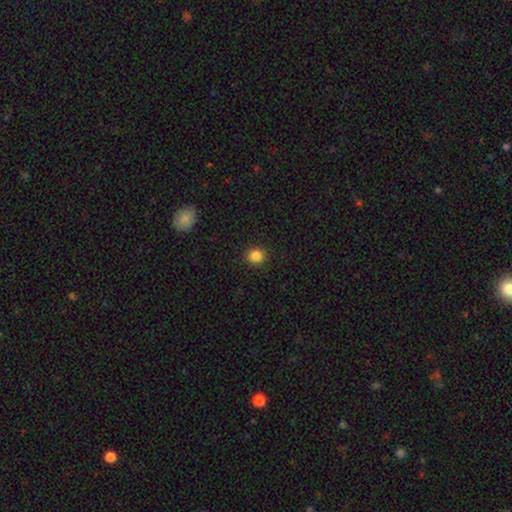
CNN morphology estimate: smooth-or-featured: smooth: 86% | star or artifact: 11% | featured or disk: 4%
  how-rounded: round: 85% | in between: 14% | cigar-shaped: 1%
  merging: none: 91% | minor disturbance: 6% | major disturbance: 2% | merger: 1%